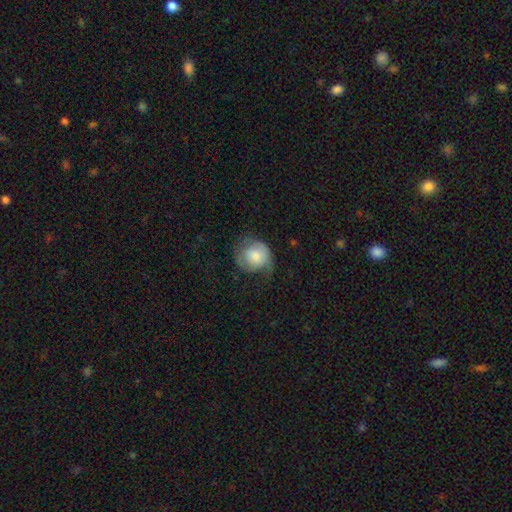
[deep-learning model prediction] This appears to be a smooth galaxy with no disk features (62%) that is round (81%). Merging: none (42%).